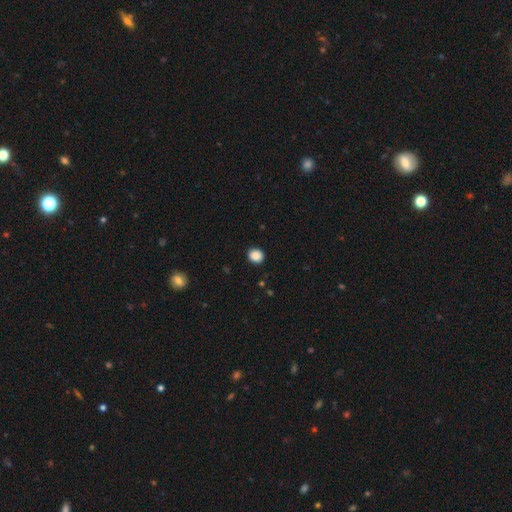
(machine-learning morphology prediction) Q: Smooth or featured?
A: smooth (88%); runner-up: star or artifact (9%)
Q: How rounded?
A: round (80%); runner-up: in between (19%)
Q: Merging?
A: none (91%); runner-up: minor disturbance (6%)